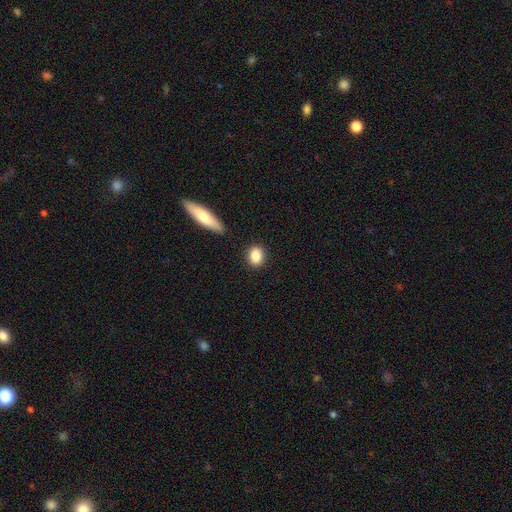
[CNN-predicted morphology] Q: Smooth or featured?
A: smooth (86%); runner-up: star or artifact (8%)
Q: How rounded?
A: in between (52%); runner-up: round (45%)
Q: Merging?
A: none (86%); runner-up: minor disturbance (9%)